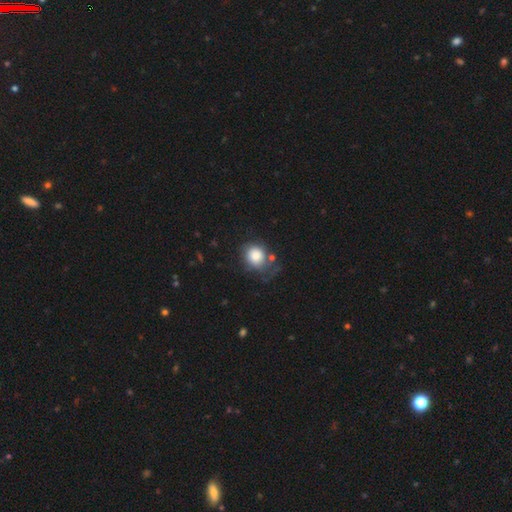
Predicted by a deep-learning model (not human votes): Smooth or featured: smooth — 80% (featured or disk — 12%)
How rounded: round — 73% (in between — 27%)
Merging: none — 50% (minor disturbance — 26%)